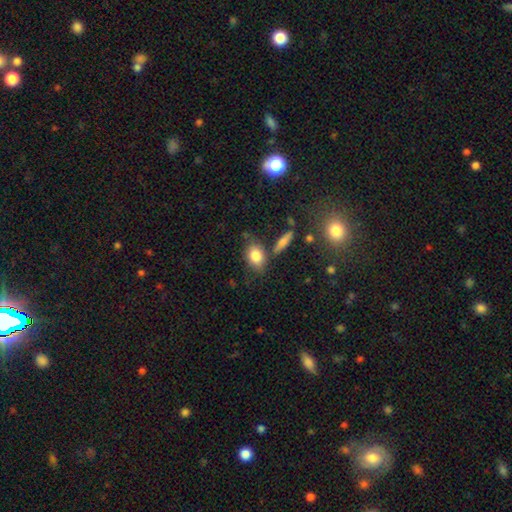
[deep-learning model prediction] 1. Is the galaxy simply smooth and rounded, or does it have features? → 83% smooth, 9% featured or disk, 8% star or artifact.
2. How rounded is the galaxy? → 78% in between, 19% round, 3% cigar-shaped.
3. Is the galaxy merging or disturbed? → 67% none, 17% minor disturbance, 12% merger, 5% major disturbance.